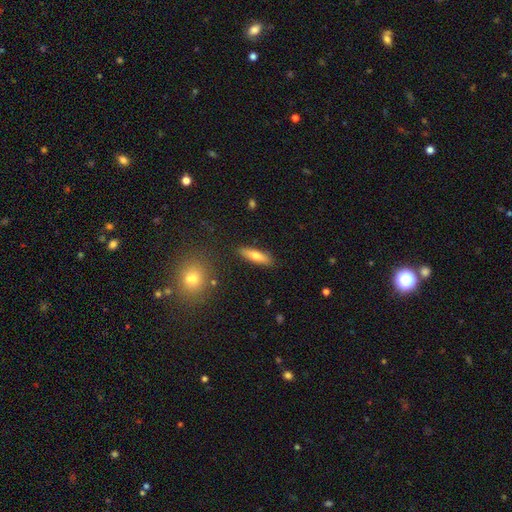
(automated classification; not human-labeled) Smooth or featured: smooth — 69% (featured or disk — 24%)
How rounded: cigar-shaped — 60% (in between — 38%)
Merging: none — 86% (minor disturbance — 9%)